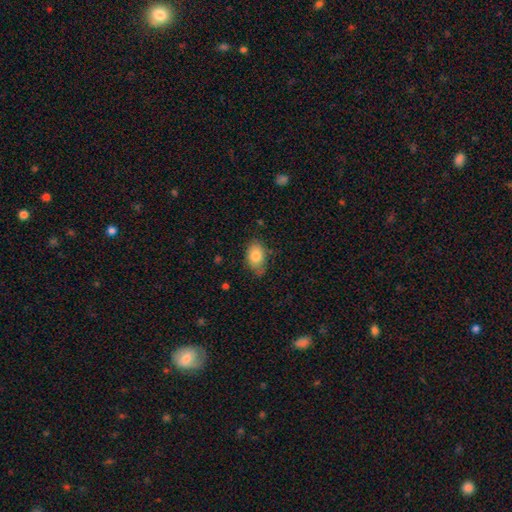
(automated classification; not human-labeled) Overall: smooth (82%). How rounded: in between (88%). Merging: none (71%).